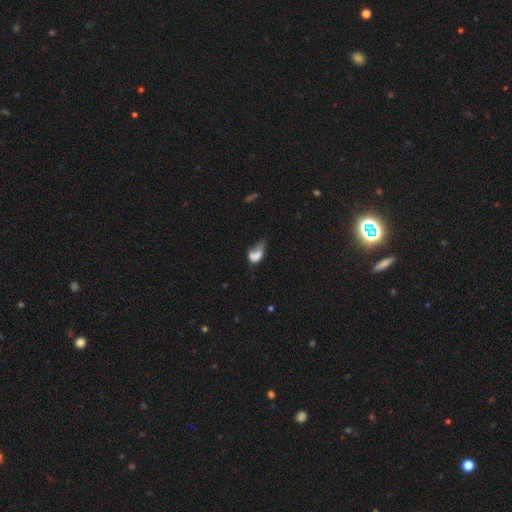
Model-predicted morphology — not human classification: type=smooth (68%); roundness=in between (83%); merging=major disturbance (38%).